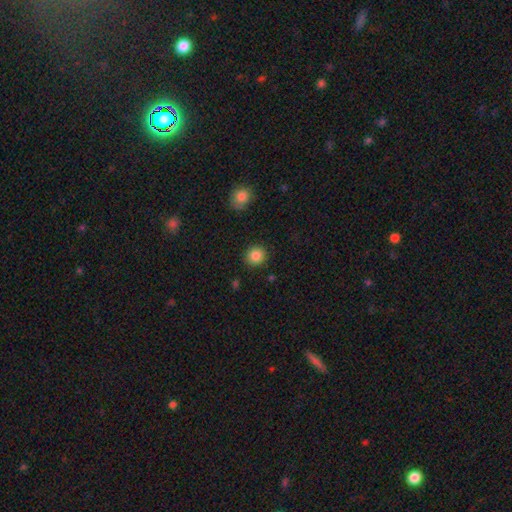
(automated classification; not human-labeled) Q: Smooth or featured?
A: smooth (87%); runner-up: star or artifact (9%)
Q: How rounded?
A: round (88%); runner-up: in between (11%)
Q: Merging?
A: none (91%); runner-up: minor disturbance (6%)